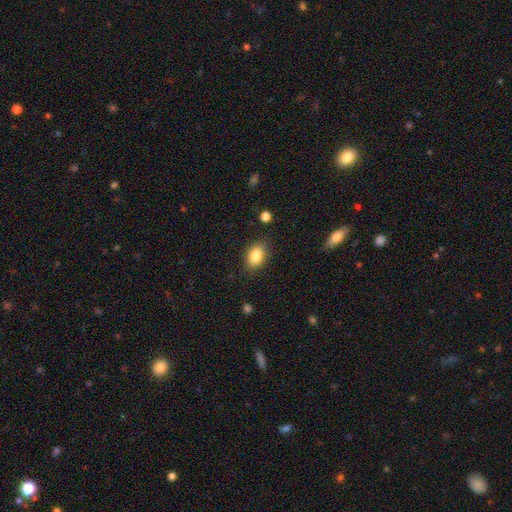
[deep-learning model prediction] smooth_or_featured: smooth (p=0.85) [alt: star or artifact p=0.08]
how_rounded: in between (p=0.80) [alt: round p=0.18]
merging: none (p=0.83) [alt: minor disturbance p=0.13]